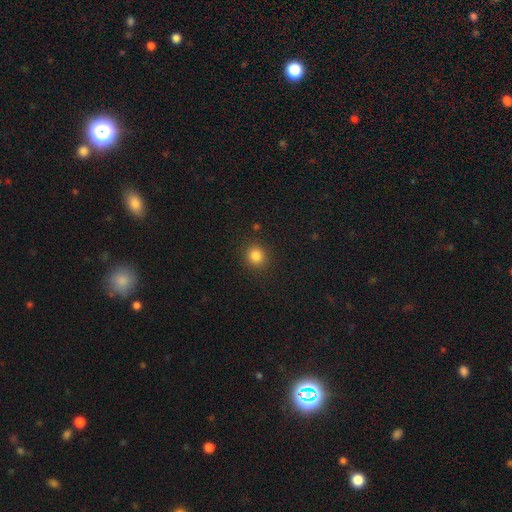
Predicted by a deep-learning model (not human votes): Smooth or featured? smooth (84%)
How rounded? round (89%)
Merging? none (90%)